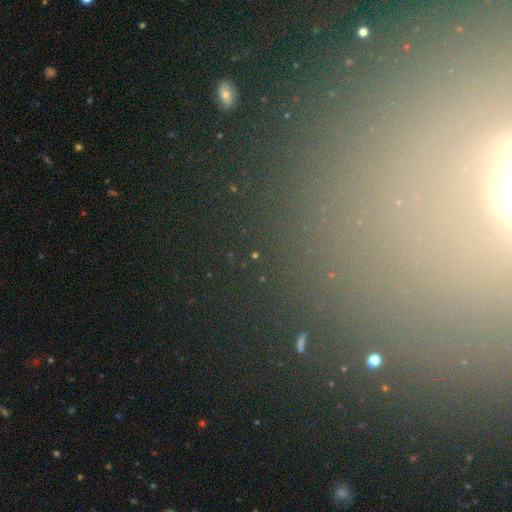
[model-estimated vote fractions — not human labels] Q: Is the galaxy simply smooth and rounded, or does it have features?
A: star or artifact — 69%.